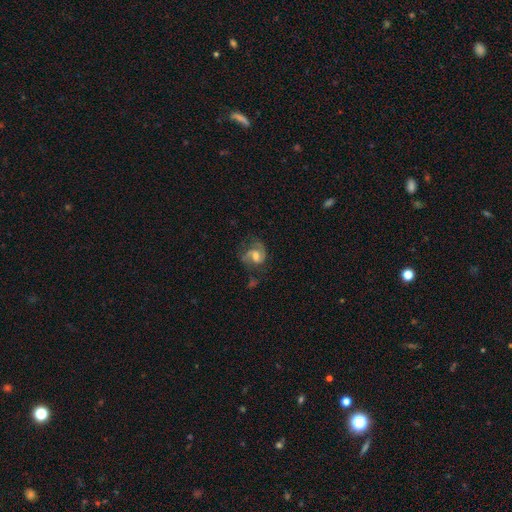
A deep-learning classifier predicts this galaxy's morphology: smooth-or-featured: featured or disk: 74% | smooth: 19% | star or artifact: 8%
  disk-edge-on: no: 98% | yes: 2%
    bar: weak: 46% | no: 41% | strong: 12%
    has-spiral-arms: yes: 90% | no: 10%
      spiral-winding: medium: 51% | loose: 26% | tight: 23%
      spiral-arm-count: 2: 78% | 1: 9% | can't tell: 8% | 3: 3% | 4: 1% | more than 4: 1%
    bulge-size: moderate: 59% | small: 22% | large: 13% | none: 5% | dominant: 1%
  merging: none: 52% | minor disturbance: 22% | major disturbance: 21% | merger: 5%